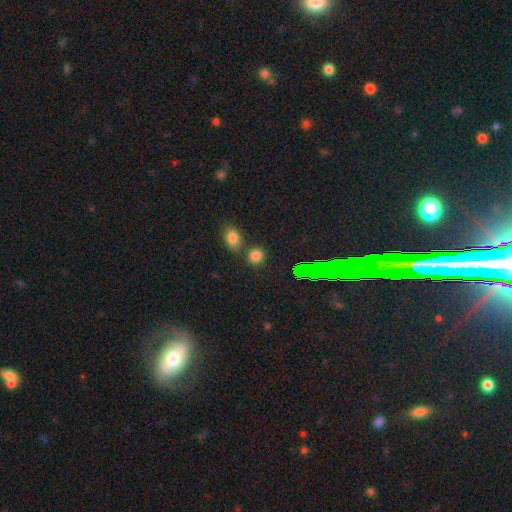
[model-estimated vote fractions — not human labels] This is likely a smooth galaxy (78%). How rounded: likely round (77%). Merging: likely none (75%).